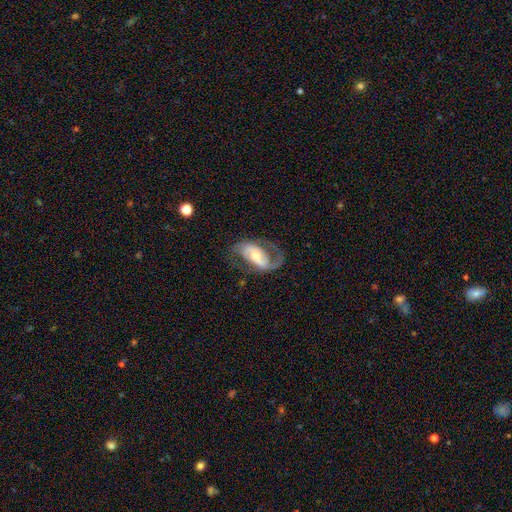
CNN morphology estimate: The model was most divided on "bar": weak: 37%, strong: 32%, no: 31%. Remaining: edge-on disk — no (95%); spiral arms — yes (91%); smooth or featured — featured or disk (80%); spiral arm count — 2 (75%); merging — none (60%); bulge size — moderate (54%); spiral winding — medium (45%).